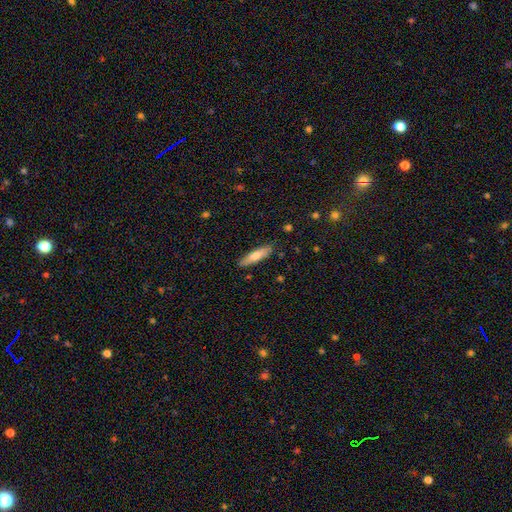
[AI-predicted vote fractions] Smooth or featured: smooth — 66% (featured or disk — 27%)
How rounded: cigar-shaped — 76% (in between — 23%)
Merging: none — 87% (minor disturbance — 10%)